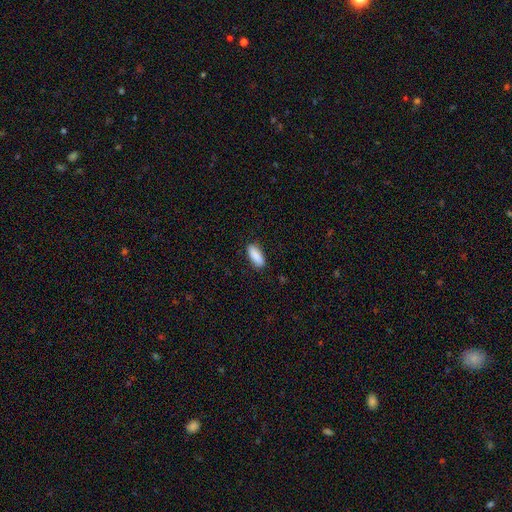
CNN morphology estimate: smooth 90%, star or artifact 6%, featured or disk 4%. Down the decision tree: how rounded — in between (79%); merging — none (88%).